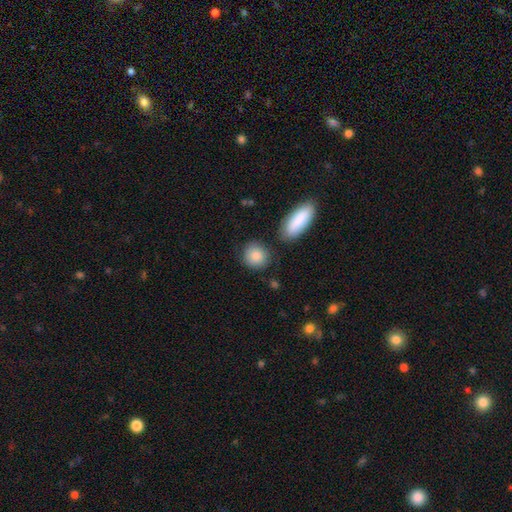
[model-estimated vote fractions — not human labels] The model was most divided on "how rounded": round: 77%, in between: 20%, cigar-shaped: 2%. More confident: smooth or featured — smooth (87%); merging — none (78%).